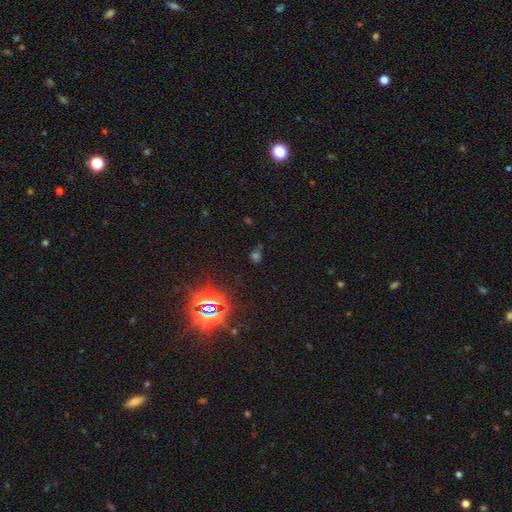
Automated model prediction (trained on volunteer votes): A star or artifact, not a galaxy (65%).